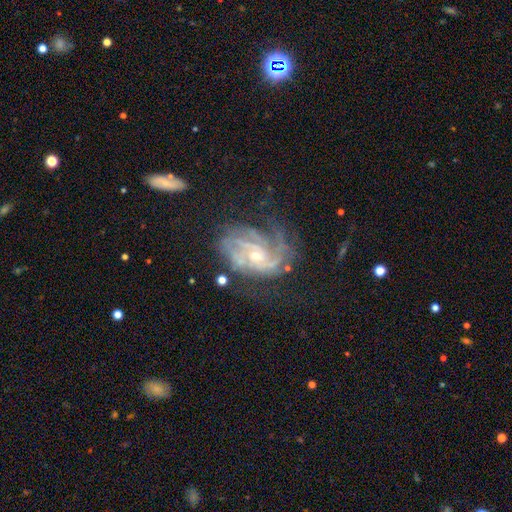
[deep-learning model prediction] featured or disk 87%, star or artifact 7%, smooth 6%. Down the decision tree: edge-on disk — no (97%); bar — no (65%); spiral arms — yes (95%); spiral arm count — can't tell (29%); spiral winding — tight (51%); bulge size — small (63%); merging — none (52%).